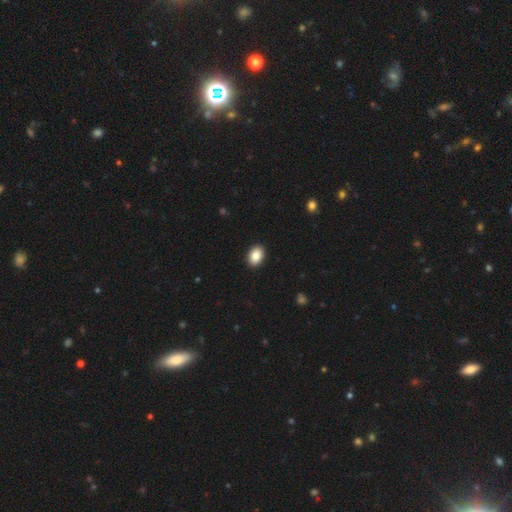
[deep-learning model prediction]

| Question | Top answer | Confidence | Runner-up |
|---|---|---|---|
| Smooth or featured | smooth | 87% | star or artifact (8%) |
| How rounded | in between | 82% | round (17%) |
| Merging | none | 91% | minor disturbance (6%) |